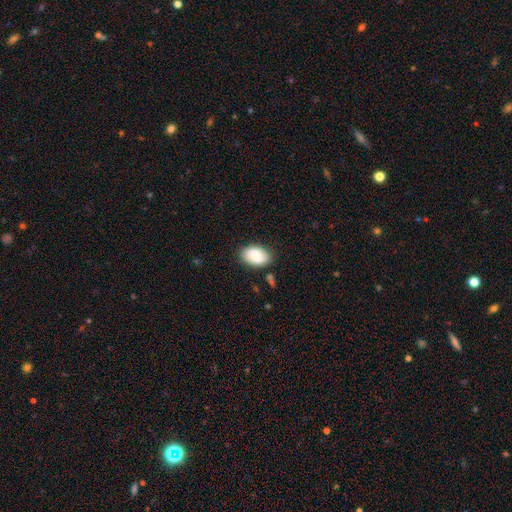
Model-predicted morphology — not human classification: Smooth or featured: smooth — 81% (featured or disk — 12%)
How rounded: in between — 90% (round — 9%)
Merging: none — 79% (minor disturbance — 15%)